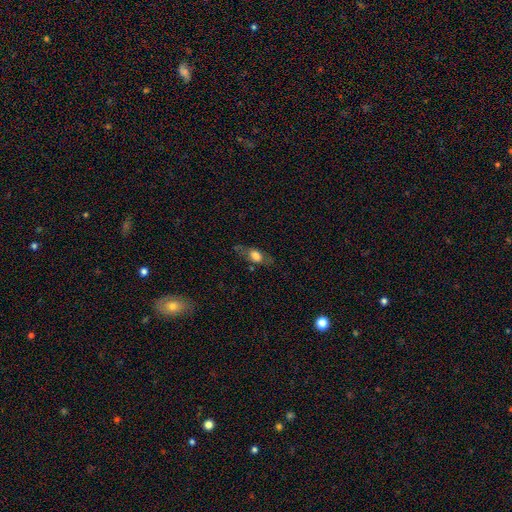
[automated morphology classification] smooth 59%, featured or disk 31%, star or artifact 9%. Down the decision tree: how rounded — in between (69%); merging — none (66%).